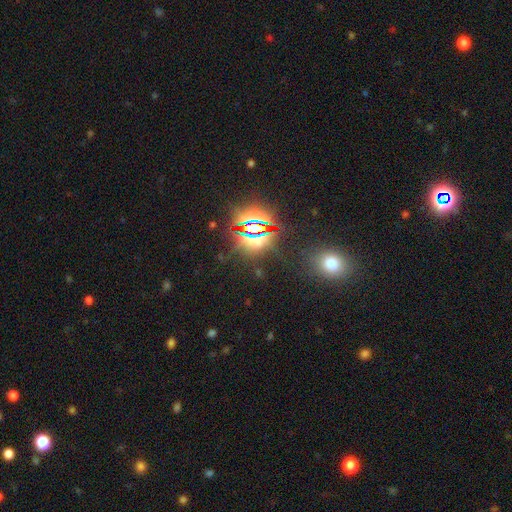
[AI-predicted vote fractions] A star or artifact, not a galaxy (70%).